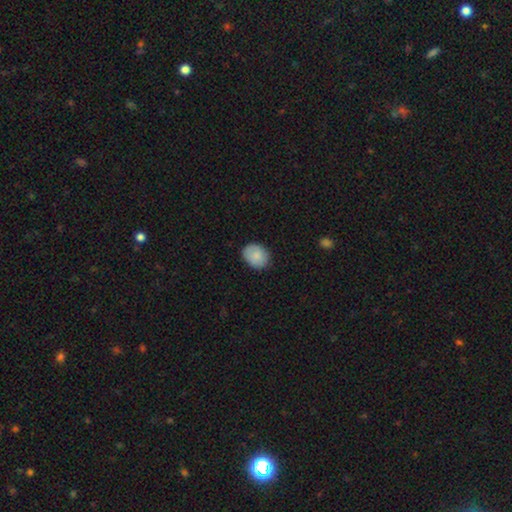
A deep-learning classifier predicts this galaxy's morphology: smooth_or_featured: smooth (p=0.82) [alt: featured or disk p=0.11]
how_rounded: in between (p=0.54) [alt: round p=0.45]
merging: none (p=0.82) [alt: minor disturbance p=0.15]